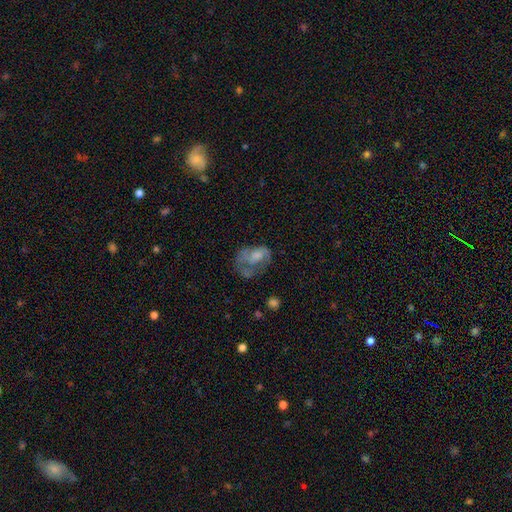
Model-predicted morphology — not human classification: Smooth or featured: featured or disk — 46% (smooth — 45%)
Merging: major disturbance — 44% (none — 26%)